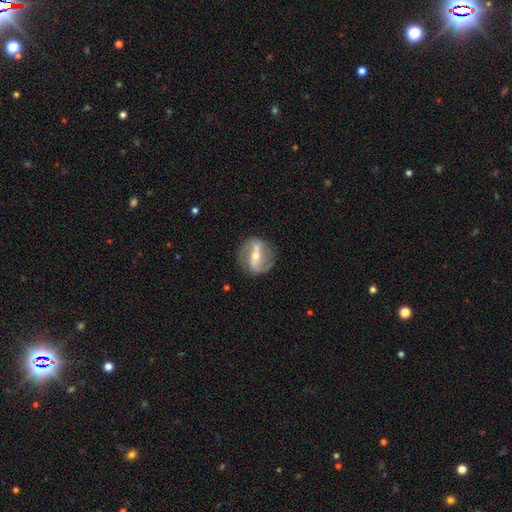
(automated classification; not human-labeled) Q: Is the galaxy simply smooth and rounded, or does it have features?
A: featured or disk — 80%.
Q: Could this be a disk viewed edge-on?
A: no — 92%.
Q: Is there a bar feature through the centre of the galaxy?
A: strong — 62%.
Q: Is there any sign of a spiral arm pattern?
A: yes — 77%.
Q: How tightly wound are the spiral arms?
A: medium — 40%.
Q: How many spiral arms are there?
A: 2 — 86%.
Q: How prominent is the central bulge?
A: moderate — 56%.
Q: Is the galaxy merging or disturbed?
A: none — 78%.